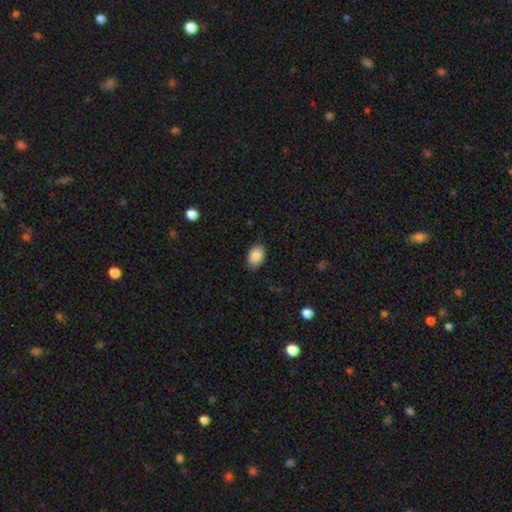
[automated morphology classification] This is clearly a smooth galaxy (88%). How rounded: clearly in between (81%). Merging: clearly none (83%).